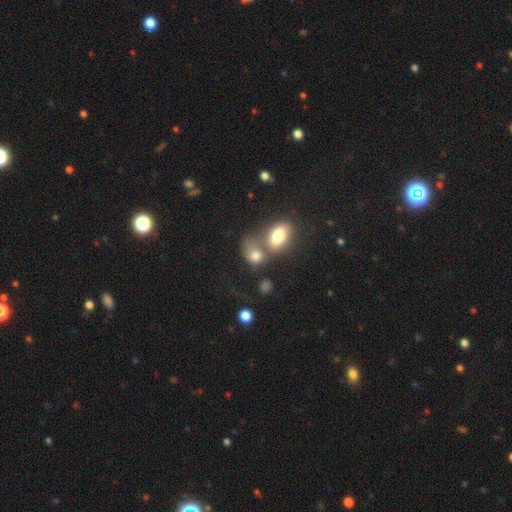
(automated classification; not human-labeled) smooth 74%, featured or disk 16%, star or artifact 10%. Down the decision tree: how rounded — in between (69%); merging — merger (57%).